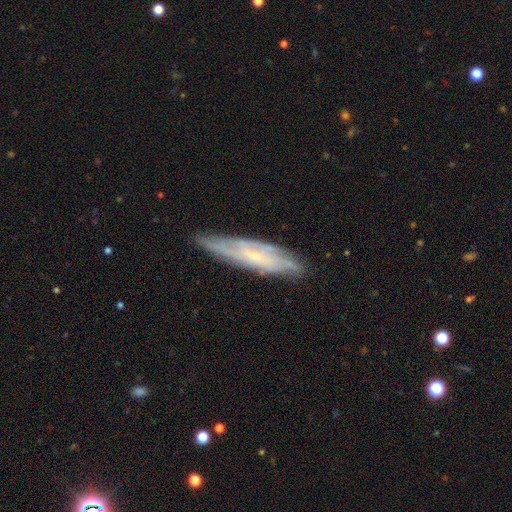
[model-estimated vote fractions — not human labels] A featured or disk galaxy (67%).

Vote fractions:
- Smooth or featured? featured or disk: 67% / smooth: 26% / star or artifact: 7%
- Edge-on disk? no: 53% / yes: 47%
- Merging? none: 78% / minor disturbance: 17% / major disturbance: 3% / merger: 1%